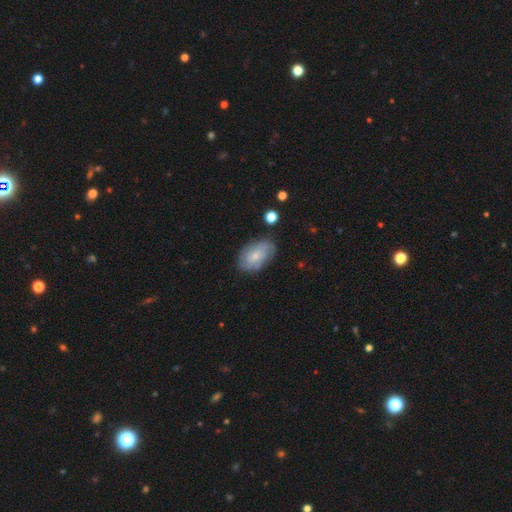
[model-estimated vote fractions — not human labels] smooth-or-featured: smooth: 50% | featured or disk: 43% | star or artifact: 8%
  merging: none: 72% | minor disturbance: 20% | major disturbance: 5% | merger: 2%